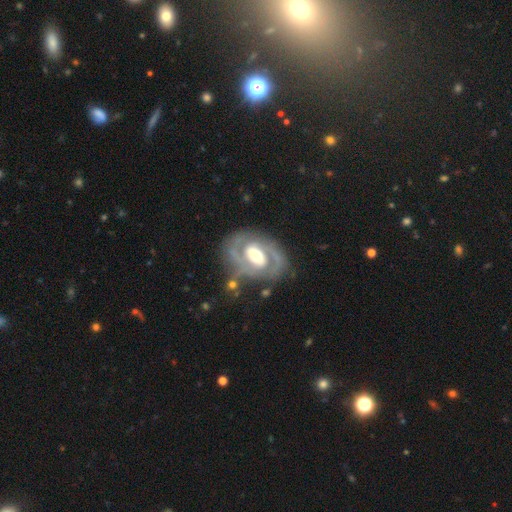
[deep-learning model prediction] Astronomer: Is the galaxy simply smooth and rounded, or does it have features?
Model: featured or disk — 82%.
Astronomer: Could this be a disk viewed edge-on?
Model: no — 96%.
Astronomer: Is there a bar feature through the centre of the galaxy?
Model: weak — 37% (runner-up: no, 36%).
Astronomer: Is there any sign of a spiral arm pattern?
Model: yes — 82%.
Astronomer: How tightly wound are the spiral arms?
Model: tight — 44% (runner-up: medium, 42%).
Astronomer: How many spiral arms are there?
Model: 2 — 75%.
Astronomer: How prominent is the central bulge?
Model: moderate — 64%.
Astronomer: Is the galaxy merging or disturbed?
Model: none — 68%.